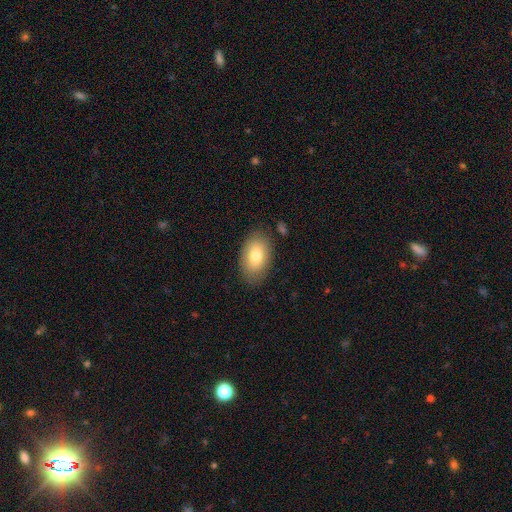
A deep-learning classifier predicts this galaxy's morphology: The model was most divided on "smooth or featured": smooth: 78%, featured or disk: 14%, star or artifact: 7%. More confident: how rounded — in between (92%); merging — none (83%).